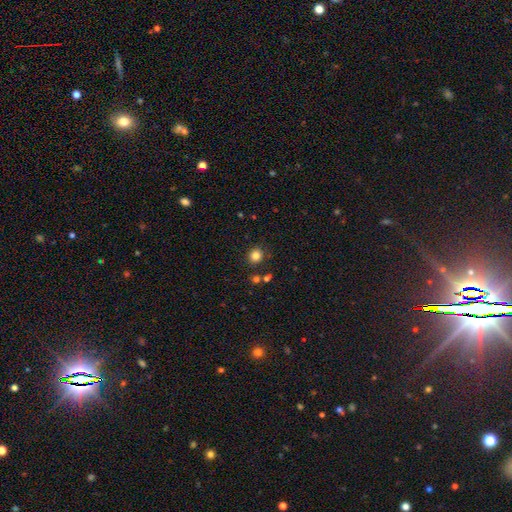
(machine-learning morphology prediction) Smooth or featured?
  - smooth: 82% *
  - star or artifact: 13%
  - featured or disk: 5%
How rounded?
  - round: 88% *
  - in between: 11%
  - cigar-shaped: 1%
Merging?
  - none: 86% *
  - minor disturbance: 7%
  - merger: 4%
  - major disturbance: 3%